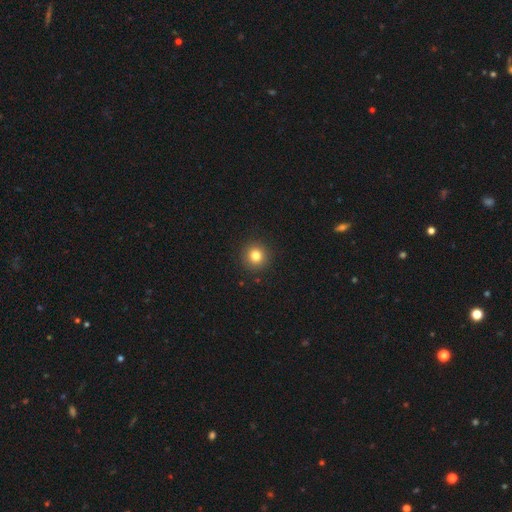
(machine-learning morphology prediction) The model was most divided on "smooth or featured": smooth: 81%, star or artifact: 12%, featured or disk: 7%. More confident: how rounded — round (95%); merging — none (92%).